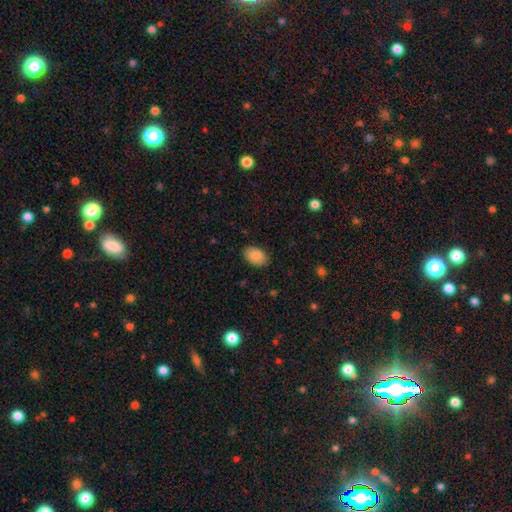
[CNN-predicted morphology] type=smooth (87%); roundness=in between (89%); merging=none (85%).